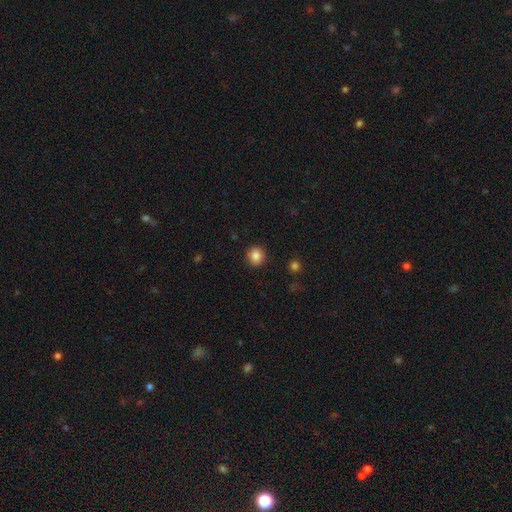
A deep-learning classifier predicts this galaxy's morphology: A smooth galaxy with no disk features (85%) that is round (84%). Merging: none (90%).